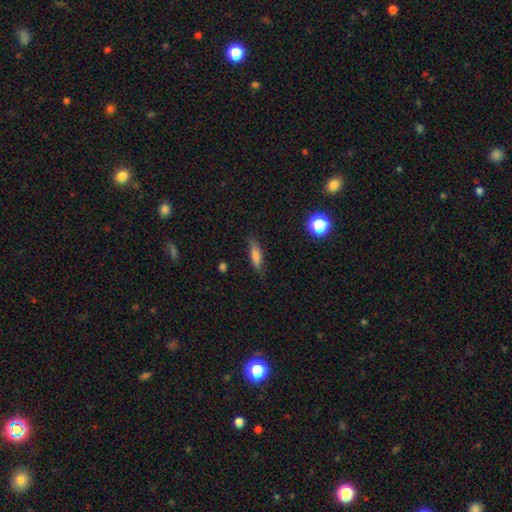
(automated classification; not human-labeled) Smooth or featured? smooth (72%)
How rounded? cigar-shaped (59%)
Merging? none (78%)